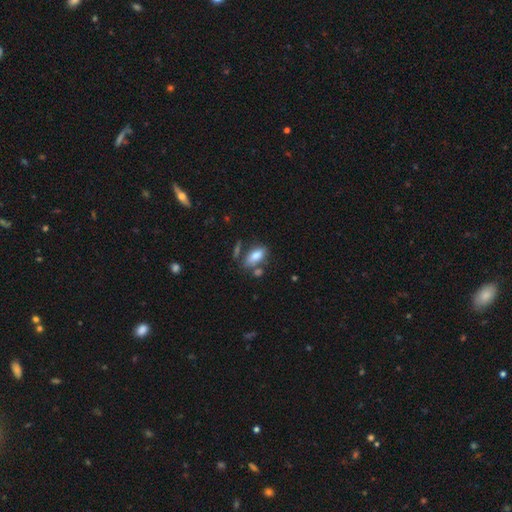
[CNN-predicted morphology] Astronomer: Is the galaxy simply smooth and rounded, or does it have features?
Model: smooth — 80%.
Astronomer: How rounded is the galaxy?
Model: in between — 87%.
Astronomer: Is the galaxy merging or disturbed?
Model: none — 60%.